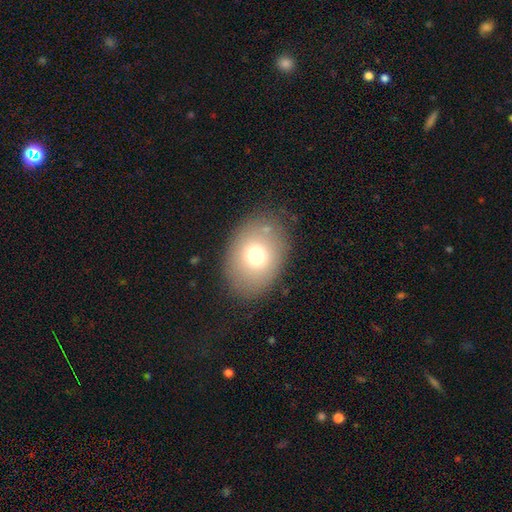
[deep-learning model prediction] The model was most divided on "how rounded": in between: 69%, round: 30%, cigar-shaped: 1%. More confident: merging — none (82%); smooth or featured — smooth (71%).